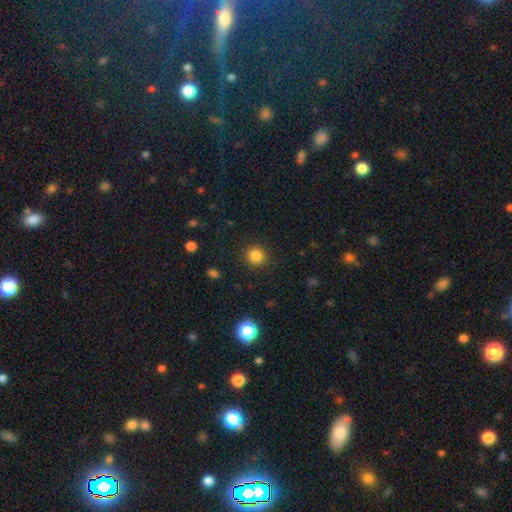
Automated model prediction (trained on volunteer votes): This is clearly a smooth galaxy (83%). How rounded: clearly round (92%). Merging: clearly none (91%).